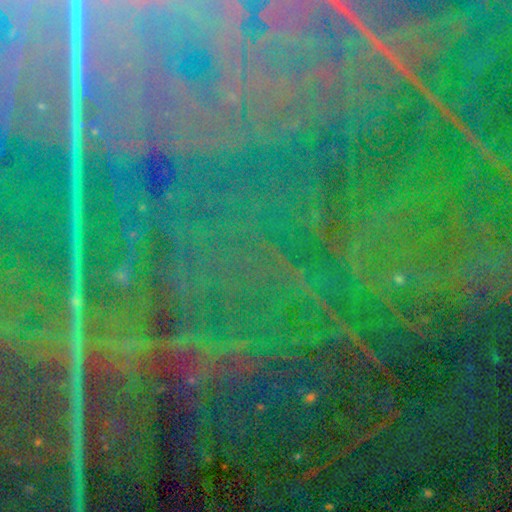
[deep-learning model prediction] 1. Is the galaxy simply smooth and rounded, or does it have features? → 88% star or artifact, 6% featured or disk, 6% smooth.